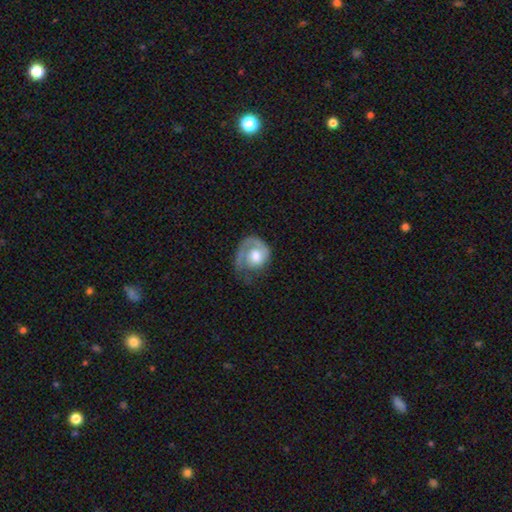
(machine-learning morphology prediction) Smooth or featured? Predicted: featured or disk (p=0.73). Edge-on disk? Predicted: no (p=0.98). Bar? Predicted: no (p=0.76). Spiral arms? Predicted: yes (p=0.89). Spiral winding? Predicted: tight (p=0.55). Spiral arm count? Predicted: 1 (p=0.81). Bulge size? Predicted: moderate (p=0.53). Merging? Predicted: none (p=0.49).